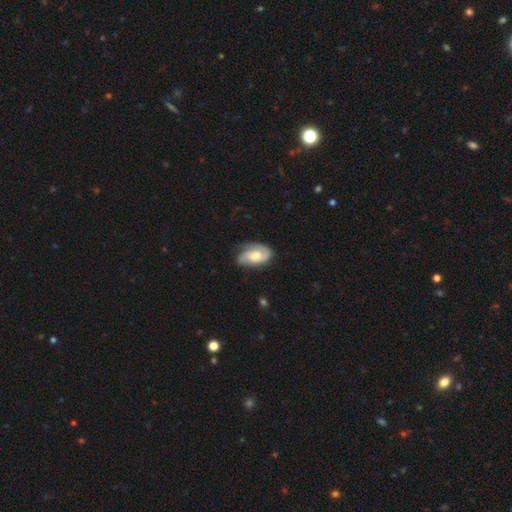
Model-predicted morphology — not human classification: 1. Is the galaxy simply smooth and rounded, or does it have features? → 68% featured or disk, 26% smooth, 6% star or artifact.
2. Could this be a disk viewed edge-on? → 96% no, 4% yes.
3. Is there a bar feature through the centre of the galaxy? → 62% no, 32% weak, 7% strong.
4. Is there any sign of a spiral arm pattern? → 92% yes, 8% no.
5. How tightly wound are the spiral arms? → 41% tight, 40% medium, 19% loose.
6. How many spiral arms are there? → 59% 2, 16% 1, 15% can't tell, 7% 3, 2% 4, 2% more than 4.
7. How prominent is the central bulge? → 59% moderate, 21% small, 14% large, 4% none, 2% dominant.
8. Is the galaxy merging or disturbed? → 59% none, 28% minor disturbance, 11% major disturbance, 2% merger.